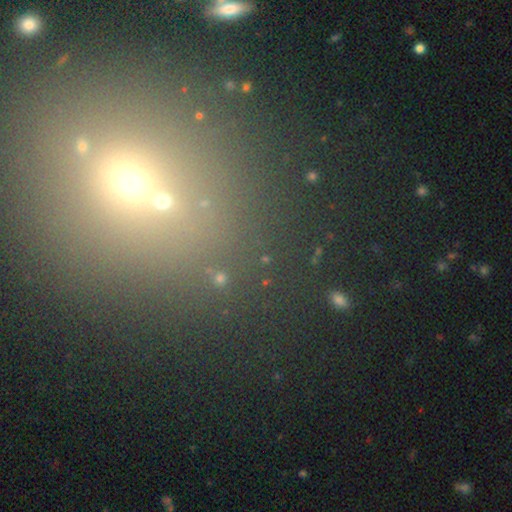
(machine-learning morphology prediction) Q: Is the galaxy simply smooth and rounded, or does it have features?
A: star or artifact — 55%.